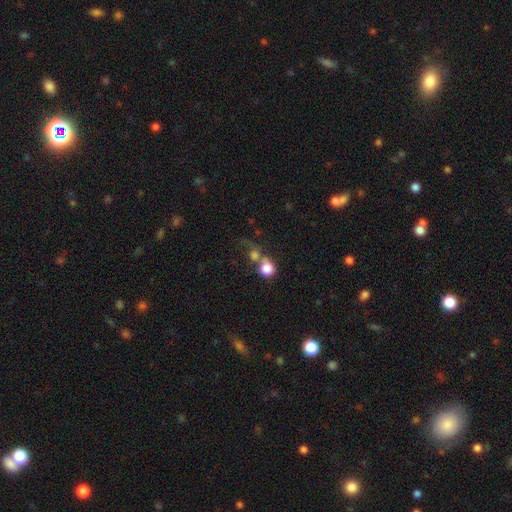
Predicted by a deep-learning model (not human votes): Smooth or featured? smooth (64%)
How rounded? round (85%)
Merging? none (46%)